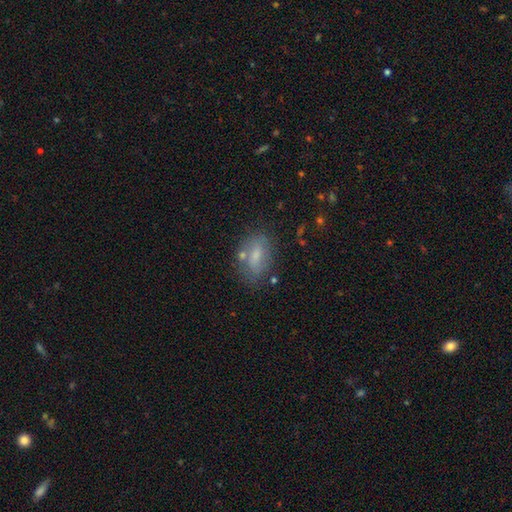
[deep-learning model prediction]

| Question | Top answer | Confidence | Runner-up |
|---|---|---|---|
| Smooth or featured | smooth | 65% | featured or disk (24%) |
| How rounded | in between | 84% | round (9%) |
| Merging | none | 70% | minor disturbance (17%) |